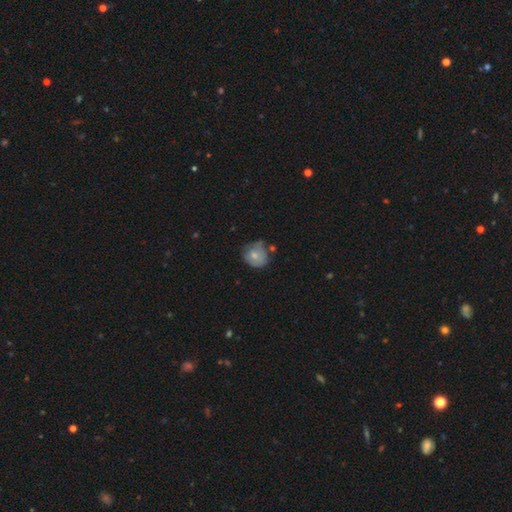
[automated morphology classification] Smooth or featured: smooth — 64% (featured or disk — 28%)
How rounded: round — 80% (in between — 19%)
Merging: none — 54% (minor disturbance — 32%)